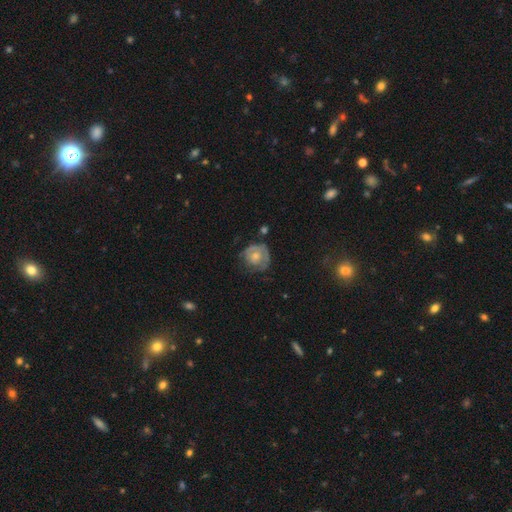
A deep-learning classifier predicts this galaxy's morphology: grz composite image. It shows a featured or disk galaxy (57%) with no bar (82%), spiral arms (64%) and a moderate central bulge (48%). Merging: none (53%).